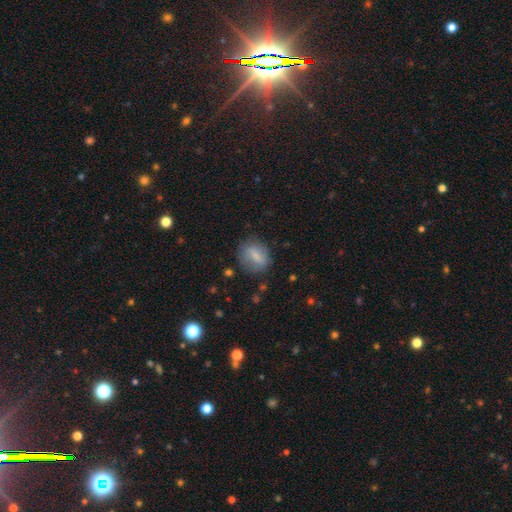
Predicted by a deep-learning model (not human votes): Smooth or featured?
  - smooth: 72% *
  - featured or disk: 19%
  - star or artifact: 9%
How rounded?
  - in between: 51% *
  - round: 45%
  - cigar-shaped: 4%
Merging?
  - none: 74% *
  - minor disturbance: 17%
  - major disturbance: 7%
  - merger: 2%